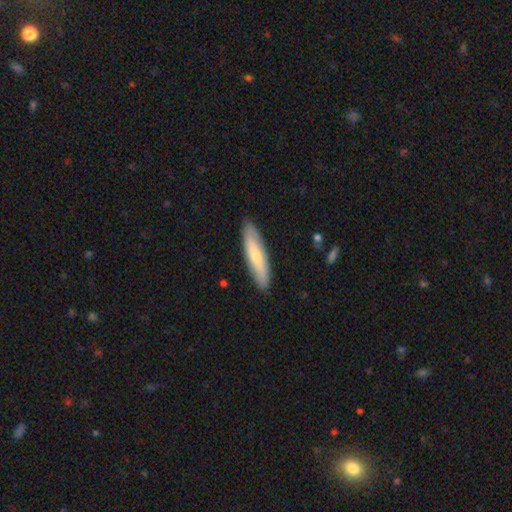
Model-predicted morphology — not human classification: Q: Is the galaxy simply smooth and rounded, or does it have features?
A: smooth — 61%.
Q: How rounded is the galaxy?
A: cigar-shaped — 75%.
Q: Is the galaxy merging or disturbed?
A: none — 88%.